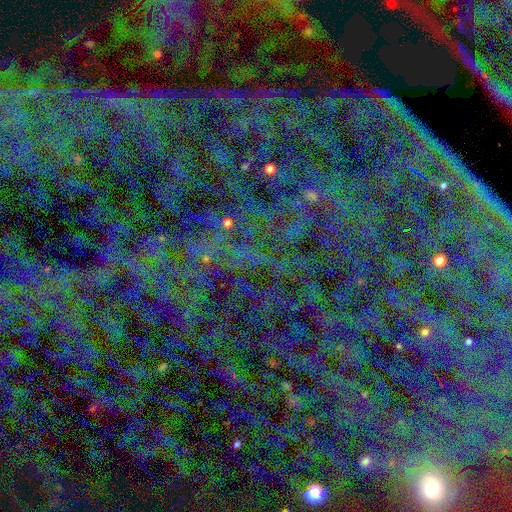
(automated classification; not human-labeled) Smooth or featured? Predicted: star or artifact (p=0.80).